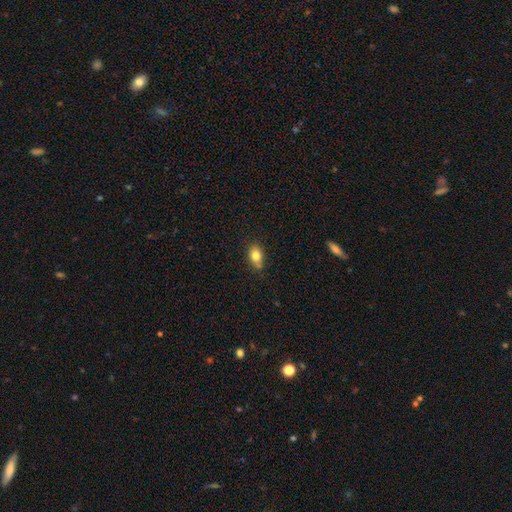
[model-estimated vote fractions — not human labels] Smooth or featured? Predicted: smooth (p=0.81). How rounded? Predicted: in between (p=0.77). Merging? Predicted: none (p=0.70).